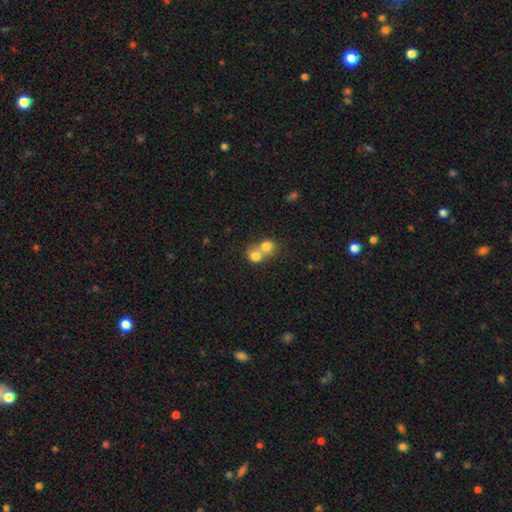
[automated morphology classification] Q: Smooth or featured?
A: smooth (76%); runner-up: featured or disk (14%)
Q: How rounded?
A: round (80%); runner-up: in between (19%)
Q: Merging?
A: merger (68%); runner-up: none (26%)